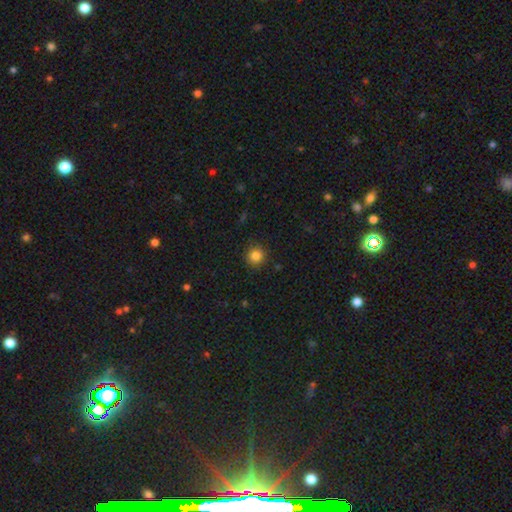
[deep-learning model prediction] Smooth or featured? Predicted: smooth (p=0.84). How rounded? Predicted: round (p=0.94). Merging? Predicted: none (p=0.90).